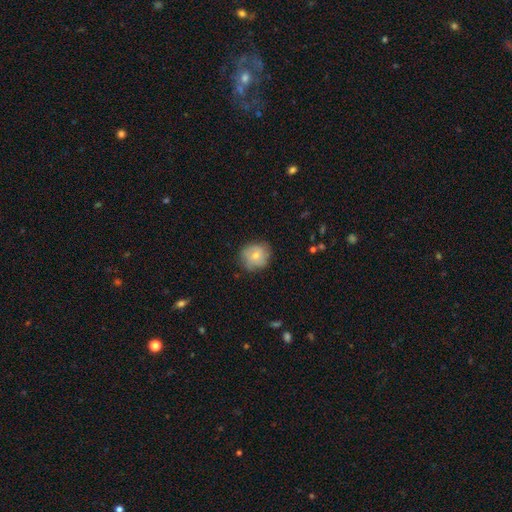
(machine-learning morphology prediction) The model was most divided on "smooth or featured": smooth: 69%, featured or disk: 24%, star or artifact: 8%. More confident: how rounded — round (85%); merging — none (74%).